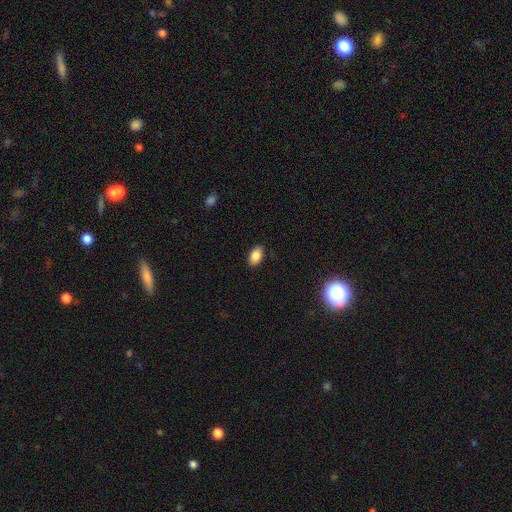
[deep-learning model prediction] A smooth galaxy with no disk features (87%) that is in between round and cigar-shaped (92%). Merging: none (87%).